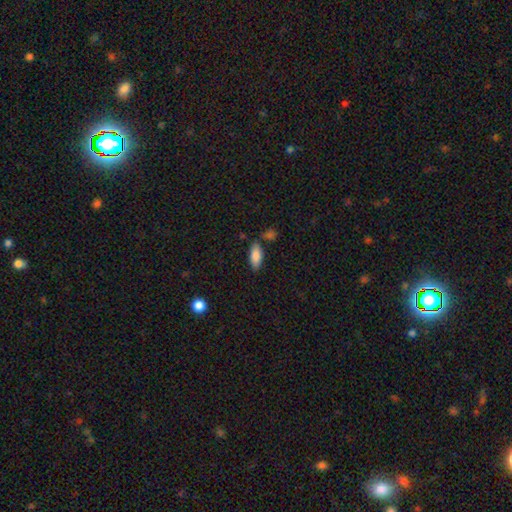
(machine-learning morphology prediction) Smooth or featured? smooth (84%)
How rounded? in between (83%)
Merging? none (74%)